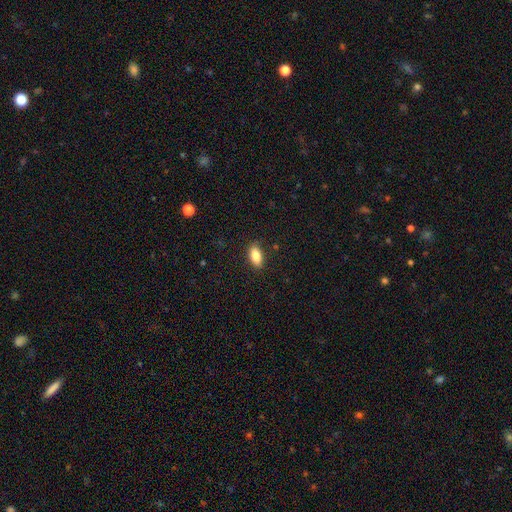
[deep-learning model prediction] Smooth or featured: smooth — 82% (featured or disk — 10%)
How rounded: in between — 88% (cigar-shaped — 8%)
Merging: none — 86% (minor disturbance — 11%)